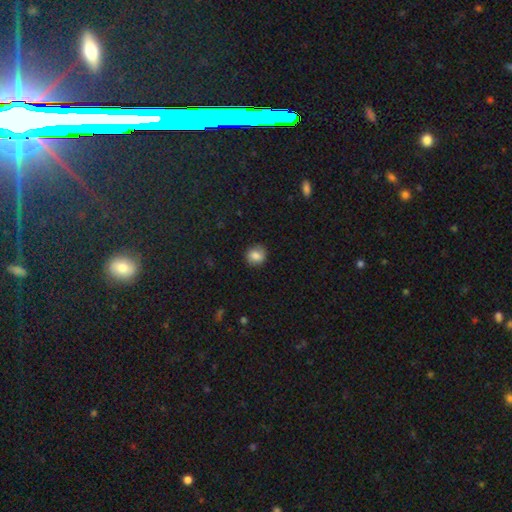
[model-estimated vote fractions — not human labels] A smooth galaxy with no disk features (79%) that is round (78%).

Vote fractions:
- Smooth or featured? smooth: 79% / featured or disk: 11% / star or artifact: 10%
- How rounded? round: 78% / in between: 21% / cigar-shaped: 1%
- Merging? none: 82% / minor disturbance: 13% / major disturbance: 3% / merger: 1%